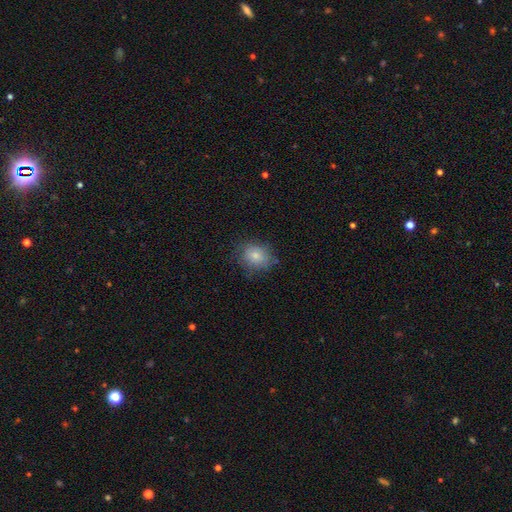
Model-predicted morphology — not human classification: Smooth or featured? Predicted: smooth (p=0.79). How rounded? Predicted: round (p=0.64). Merging? Predicted: none (p=0.69).